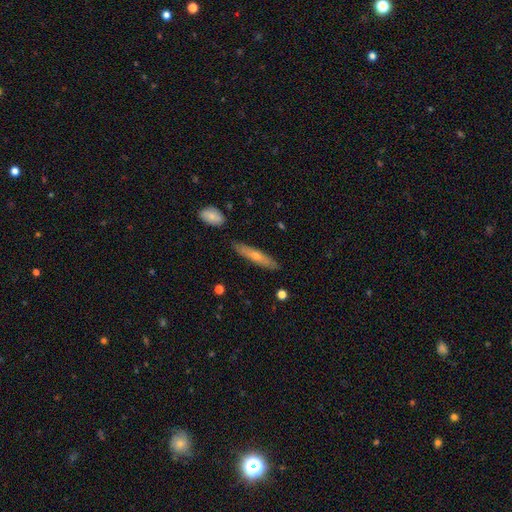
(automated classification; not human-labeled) This is possibly a smooth galaxy (47%). Merging: clearly none (84%).